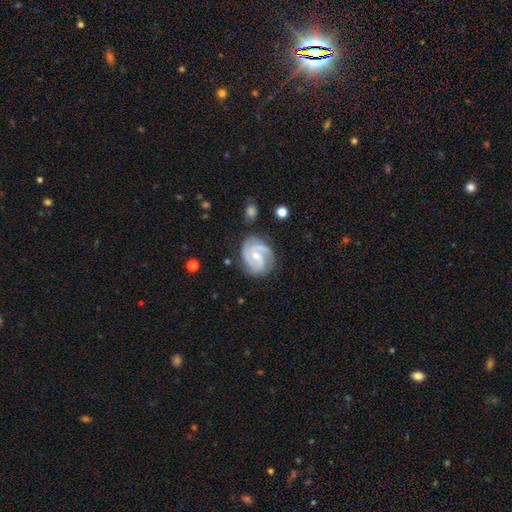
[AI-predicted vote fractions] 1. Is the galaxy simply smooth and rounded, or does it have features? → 88% featured or disk, 8% smooth, 5% star or artifact.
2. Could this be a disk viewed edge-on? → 98% no, 2% yes.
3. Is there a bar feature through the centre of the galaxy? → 44% no (tied), 44% weak (tied), 12% strong.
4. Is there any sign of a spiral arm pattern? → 97% yes, 3% no.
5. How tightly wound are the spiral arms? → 46% medium, 42% tight, 11% loose.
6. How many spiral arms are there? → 46% 2, 37% 3, 8% can't tell, 3% 4, 3% 1, 3% more than 4.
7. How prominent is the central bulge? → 49% small, 48% moderate, 1% large, 1% none, 1% dominant.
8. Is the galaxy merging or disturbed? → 72% none, 19% minor disturbance, 7% major disturbance, 2% merger.